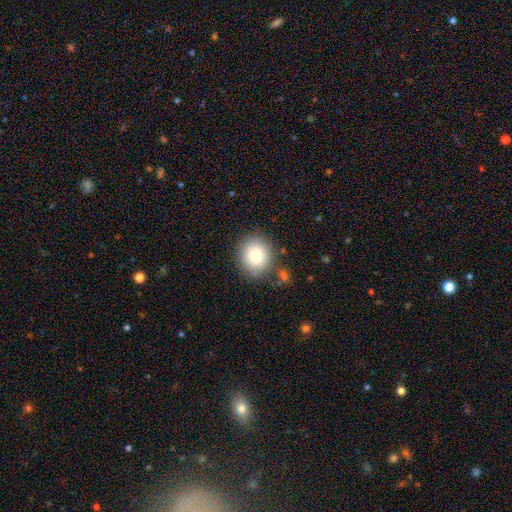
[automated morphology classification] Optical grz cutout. It shows a smooth galaxy with no disk features (84%) that is round (81%). Merging: none (80%).